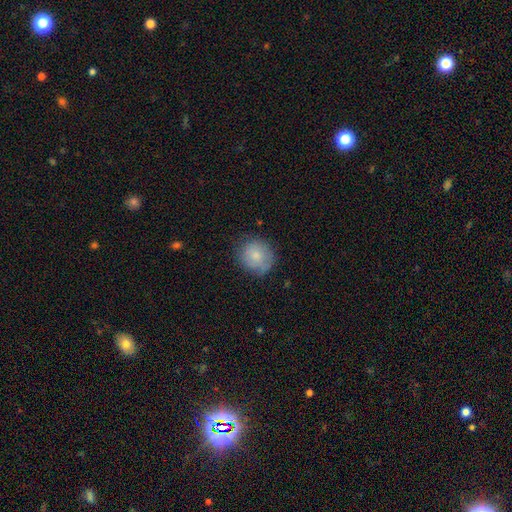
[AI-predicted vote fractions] Morphology: type=smooth (77%); roundness=round (85%); merging=none (73%).